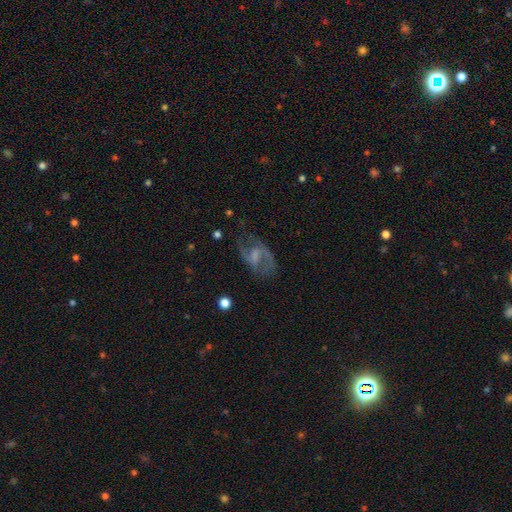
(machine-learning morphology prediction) This appears to be a featured or disk galaxy (76%) with a weak bar (53%), 2 (82%) medium (48%) spiral arms (88%) and no central bulge (41%). Merging: none (61%).